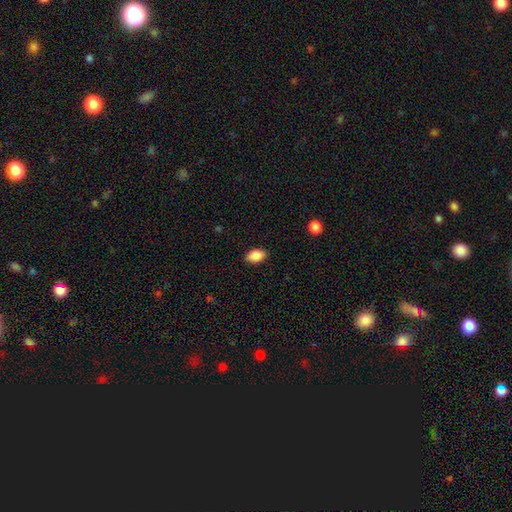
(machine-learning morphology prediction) Overall: smooth (88%). How rounded: in between (91%). Merging: none (87%).